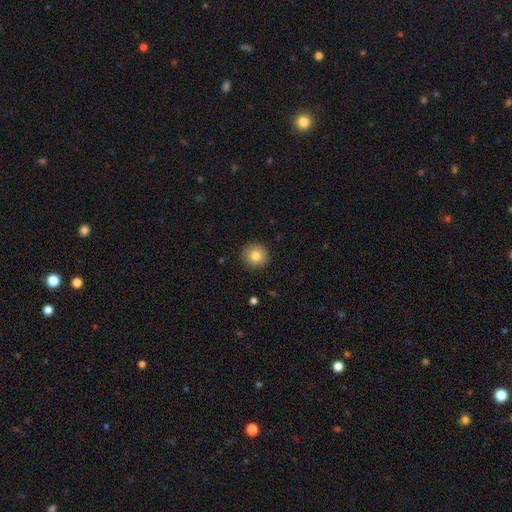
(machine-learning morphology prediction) Smooth or featured? Predicted: smooth (p=0.82). How rounded? Predicted: round (p=0.95). Merging? Predicted: none (p=0.92).